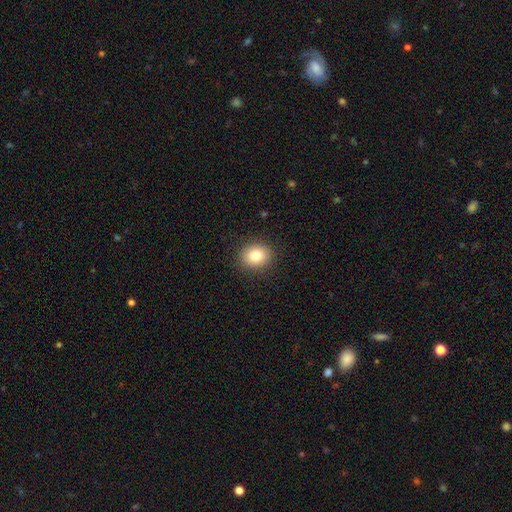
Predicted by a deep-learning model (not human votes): smooth-or-featured: smooth: 82% | star or artifact: 10% | featured or disk: 8%
  how-rounded: round: 60% | in between: 39% | cigar-shaped: 1%
  merging: none: 89% | minor disturbance: 7% | major disturbance: 2% | merger: 1%